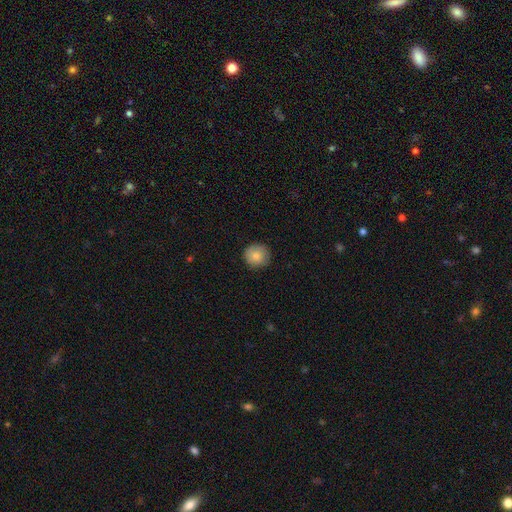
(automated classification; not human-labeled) Smooth or featured? Predicted: smooth (p=0.83). How rounded? Predicted: round (p=0.93). Merging? Predicted: none (p=0.87).